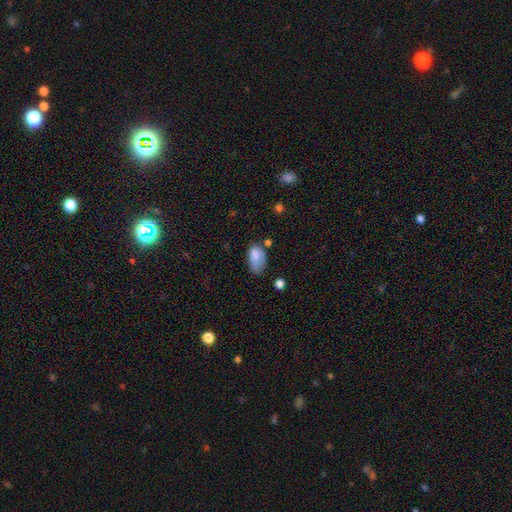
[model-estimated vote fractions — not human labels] A smooth galaxy with no disk features (81%) that is in between round and cigar-shaped (92%). Merging: minor disturbance (38%).